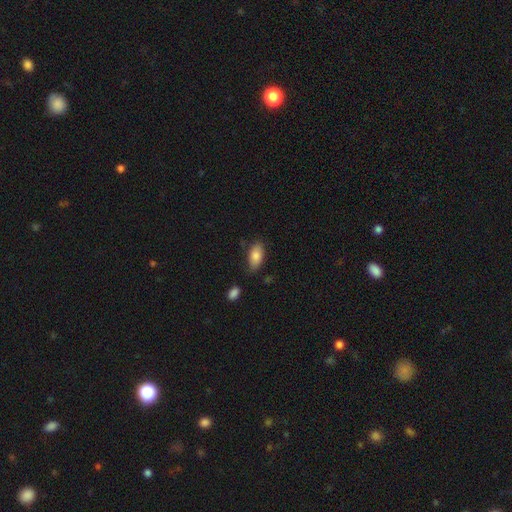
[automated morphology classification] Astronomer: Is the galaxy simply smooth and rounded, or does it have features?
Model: smooth — 83%.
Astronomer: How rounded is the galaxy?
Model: in between — 91%.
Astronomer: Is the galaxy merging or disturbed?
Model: none — 76%.